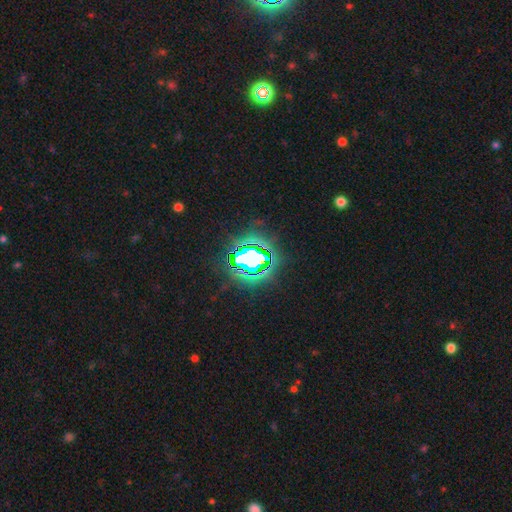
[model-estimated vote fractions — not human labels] Q: Smooth or featured?
A: star or artifact (73%); runner-up: smooth (14%)